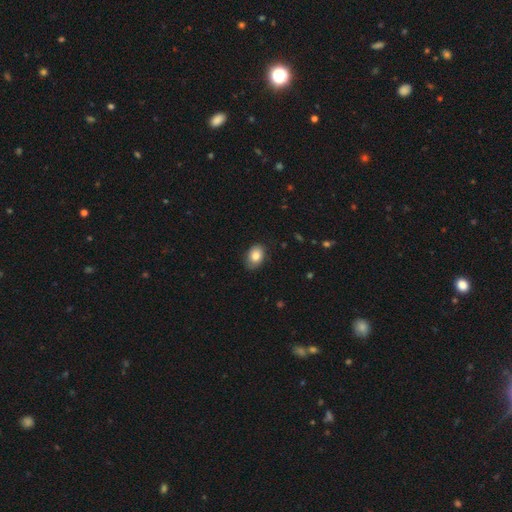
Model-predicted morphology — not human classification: Q: Smooth or featured?
A: smooth (83%); runner-up: featured or disk (10%)
Q: How rounded?
A: in between (80%); runner-up: round (19%)
Q: Merging?
A: none (80%); runner-up: minor disturbance (16%)